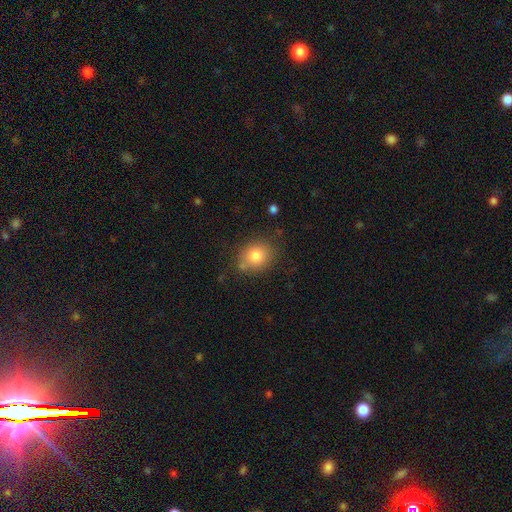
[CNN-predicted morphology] type=smooth (80%); roundness=round (66%); merging=none (74%).